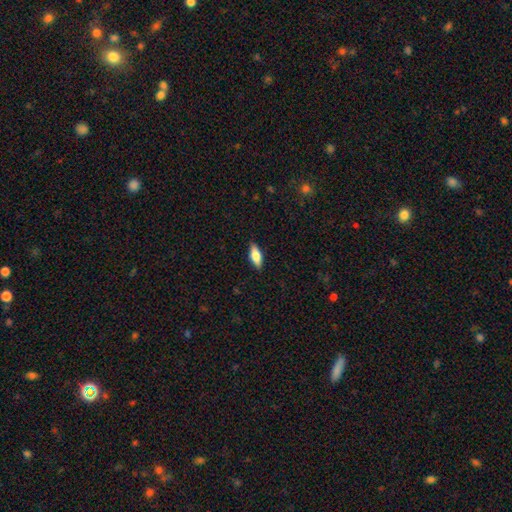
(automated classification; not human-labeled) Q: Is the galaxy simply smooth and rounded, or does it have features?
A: smooth — 71%.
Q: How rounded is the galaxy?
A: in between — 73%.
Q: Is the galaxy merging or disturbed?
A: none — 87%.